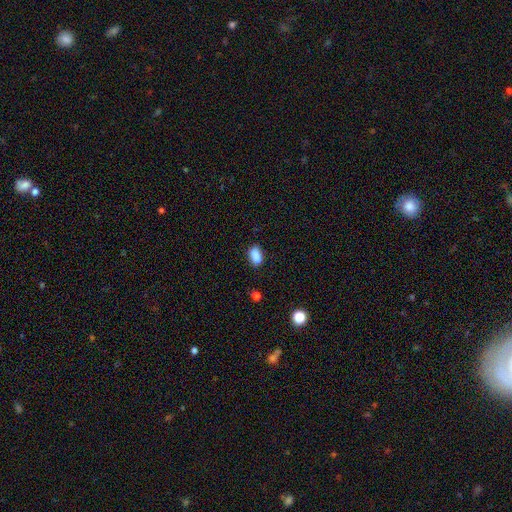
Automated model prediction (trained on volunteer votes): smooth_or_featured: smooth (p=0.87) [alt: star or artifact p=0.09]
how_rounded: in between (p=0.87) [alt: round p=0.07]
merging: none (p=0.78) [alt: minor disturbance p=0.16]